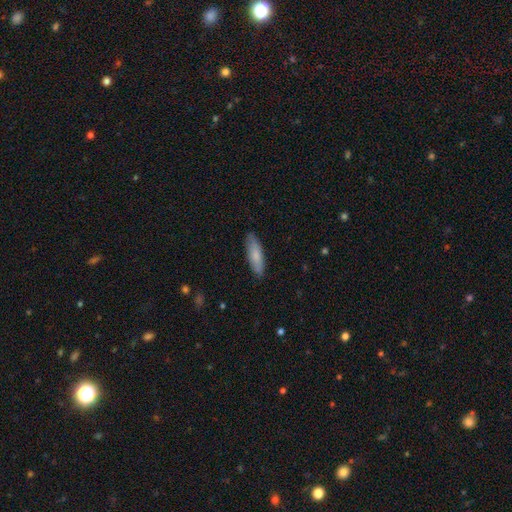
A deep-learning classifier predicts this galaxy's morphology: Overall: smooth (77%). How rounded: cigar-shaped (53%; in between 46%). Merging: none (84%).